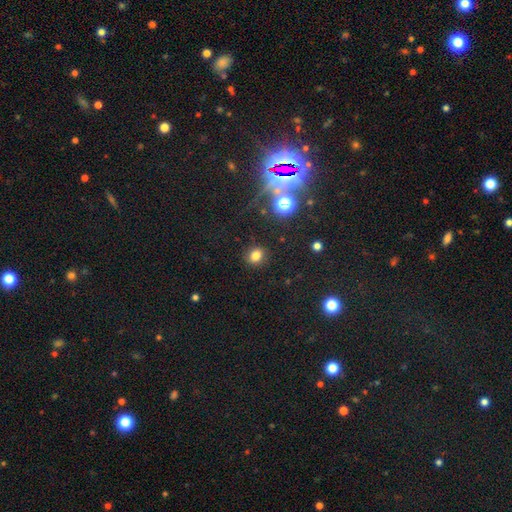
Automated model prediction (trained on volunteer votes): Overall: smooth (77%). How rounded: round (68%; in between 31%). Merging: none (87%).